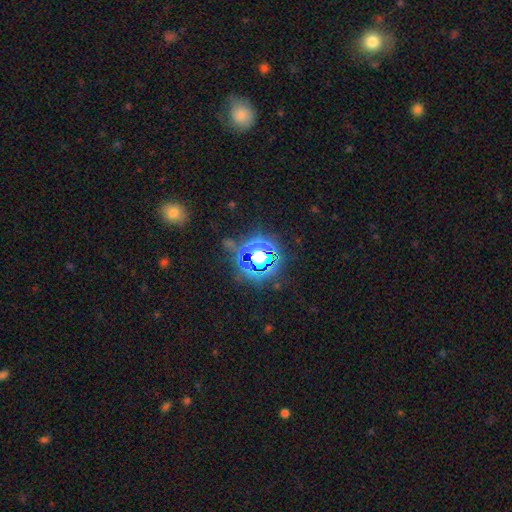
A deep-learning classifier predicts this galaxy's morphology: Smooth or featured? Predicted: star or artifact (p=0.69).